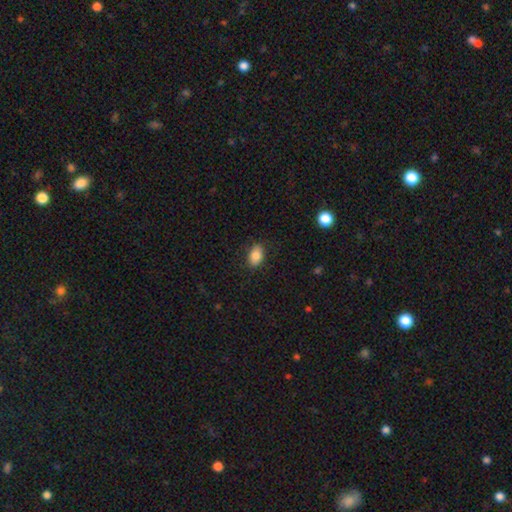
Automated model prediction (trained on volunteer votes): Morphology: type=smooth (85%); roundness=in between (85%); merging=none (86%).